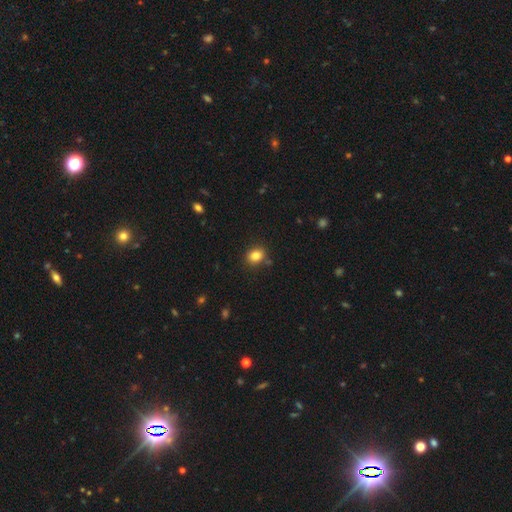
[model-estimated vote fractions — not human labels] Overall: smooth (84%). How rounded: round (51%; in between 48%). Merging: none (82%).